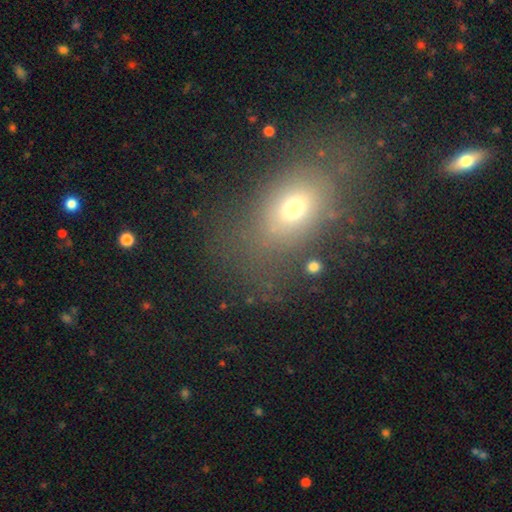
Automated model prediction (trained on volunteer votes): Morphology: type=smooth (61%); roundness=in between (71%); merging=none (70%).